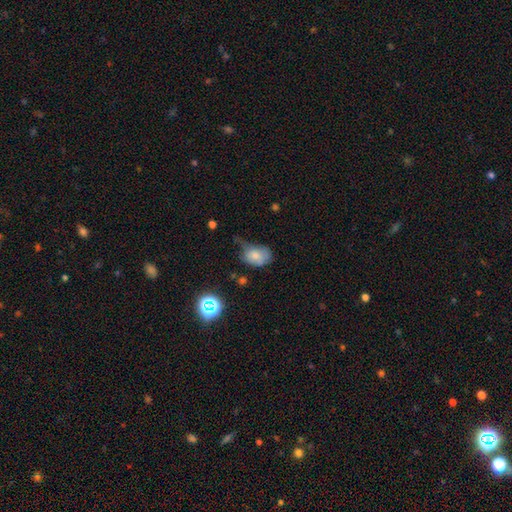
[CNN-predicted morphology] Smooth or featured? smooth (74%)
How rounded? in between (73%)
Merging? minor disturbance (41%)